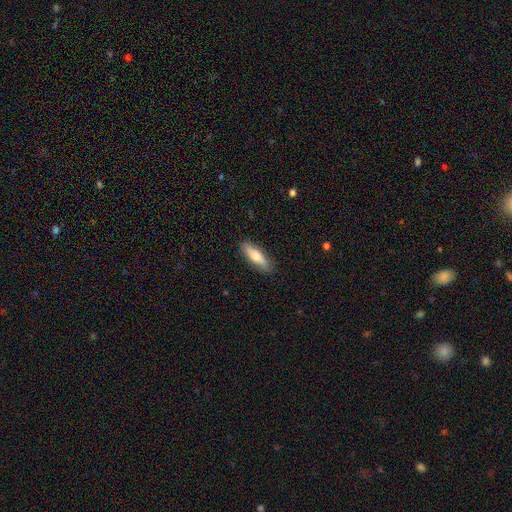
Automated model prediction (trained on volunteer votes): Smooth or featured: smooth — 63% (featured or disk — 31%)
How rounded: cigar-shaped — 55% (in between — 43%)
Merging: none — 86% (minor disturbance — 10%)